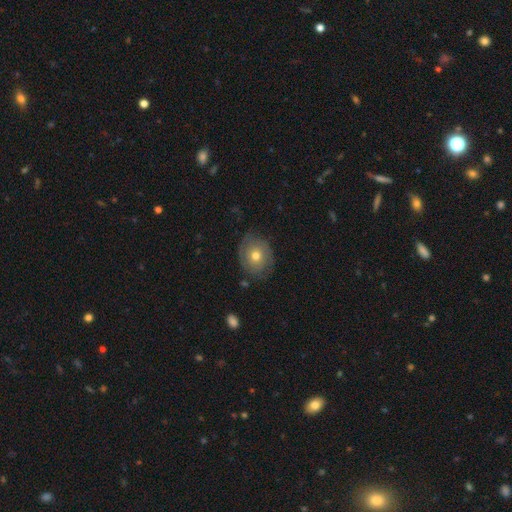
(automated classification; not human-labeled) Morphology: type=smooth (56%); roundness=round (58%); merging=none (74%).